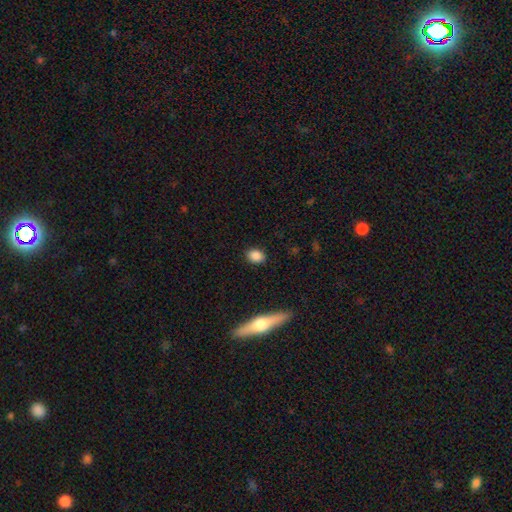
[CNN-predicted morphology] Overall: smooth (87%). How rounded: in between (64%; round 33%). Merging: none (88%).